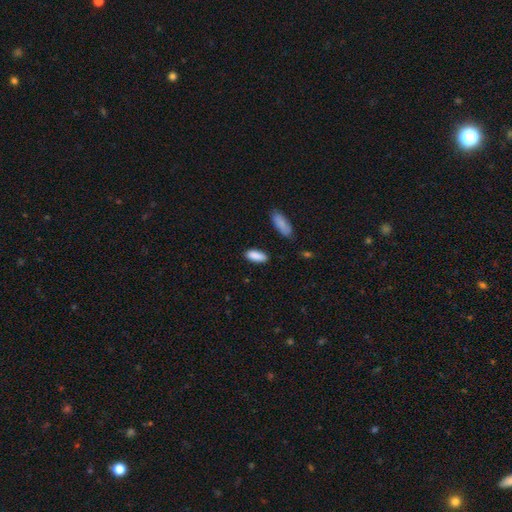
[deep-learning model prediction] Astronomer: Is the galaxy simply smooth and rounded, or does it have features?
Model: smooth — 89%.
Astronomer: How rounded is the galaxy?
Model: in between — 77%.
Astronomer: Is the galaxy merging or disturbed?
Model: none — 83%.